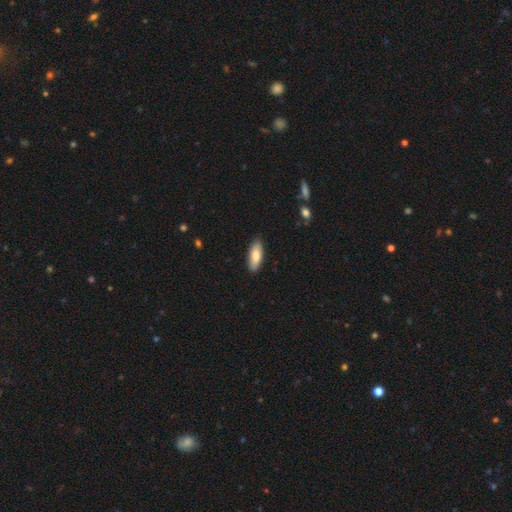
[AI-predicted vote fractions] Smooth or featured? Predicted: smooth (p=0.83). How rounded? Predicted: in between (p=0.70). Merging? Predicted: none (p=0.87).